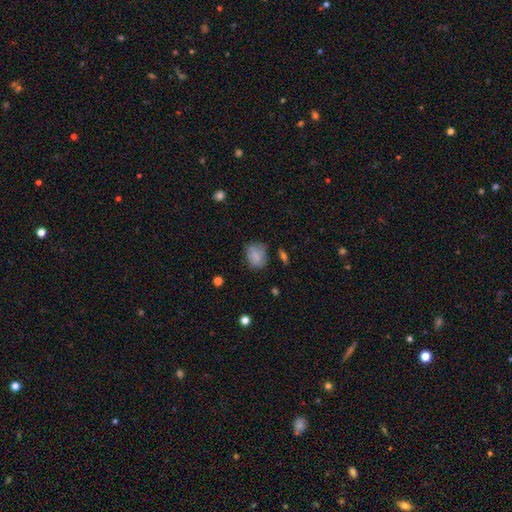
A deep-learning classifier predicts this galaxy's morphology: Smooth or featured?
  - smooth: 78% *
  - featured or disk: 12%
  - star or artifact: 10%
How rounded?
  - in between: 58% *
  - round: 41%
  - cigar-shaped: 1%
Merging?
  - none: 59% *
  - minor disturbance: 28%
  - major disturbance: 10%
  - merger: 4%